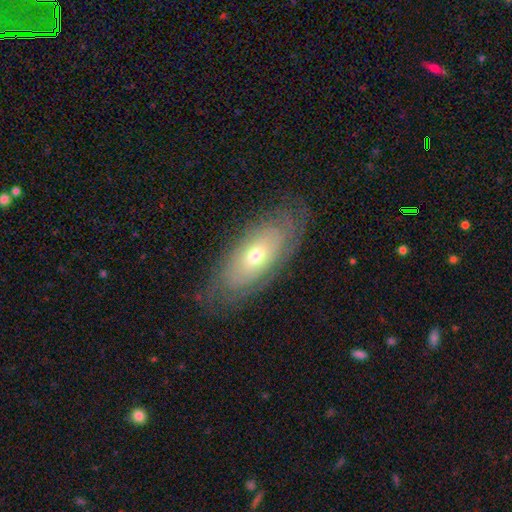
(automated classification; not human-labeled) smooth_or_featured: featured or disk (p=0.60) [alt: smooth p=0.32]
disk_edge_on: no (p=0.82) [alt: yes p=0.18]
merging: none (p=0.74) [alt: minor disturbance p=0.17]